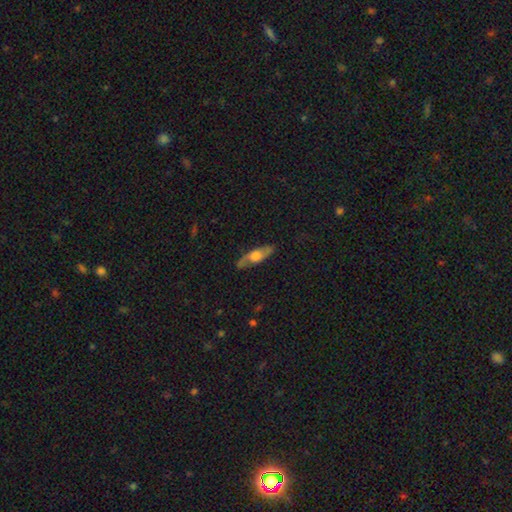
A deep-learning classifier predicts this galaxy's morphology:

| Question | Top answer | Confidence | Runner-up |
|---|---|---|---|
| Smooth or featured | featured or disk | 54% | smooth (40%) |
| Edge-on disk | yes | 60% | no (40%) |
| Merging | none | 81% | minor disturbance (14%) |